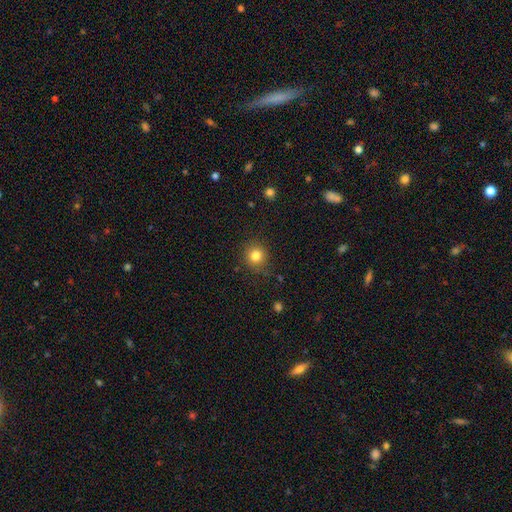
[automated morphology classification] The model was most divided on "smooth or featured": smooth: 82%, star or artifact: 12%, featured or disk: 7%. More confident: how rounded — round (90%); merging — none (84%).